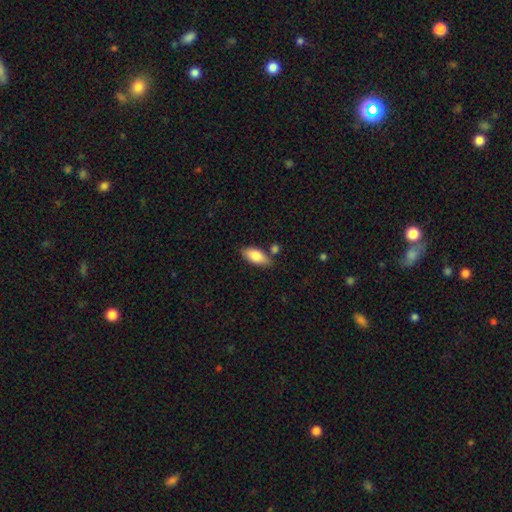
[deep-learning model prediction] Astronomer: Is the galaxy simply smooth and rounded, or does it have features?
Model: smooth — 82%.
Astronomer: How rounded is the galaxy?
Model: in between — 86%.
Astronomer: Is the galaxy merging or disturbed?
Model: none — 72%.